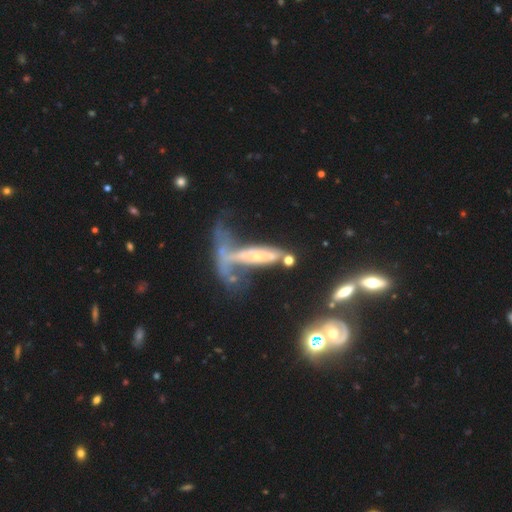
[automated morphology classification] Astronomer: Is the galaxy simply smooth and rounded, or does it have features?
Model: featured or disk — 62%.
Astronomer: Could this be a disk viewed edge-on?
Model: no — 60% (runner-up: yes, 40%).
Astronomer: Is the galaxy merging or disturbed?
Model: major disturbance — 43% (runner-up: merger, 35%).